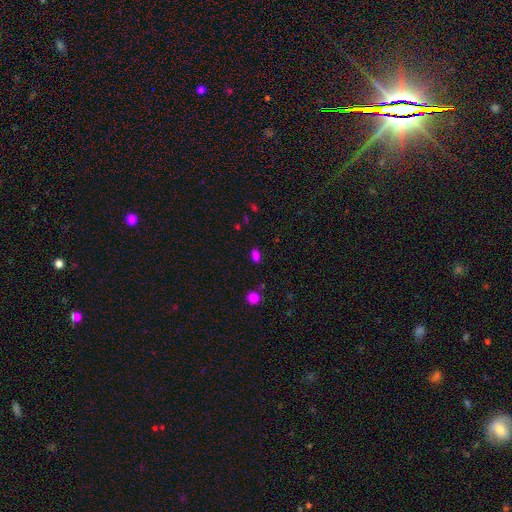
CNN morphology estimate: smooth 78%, star or artifact 18%, featured or disk 4%. Down the decision tree: how rounded — in between (85%); merging — none (81%).